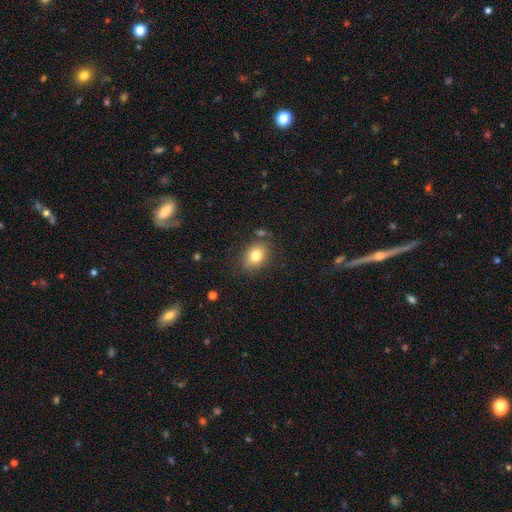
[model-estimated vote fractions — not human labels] Overall: smooth (80%). How rounded: in between (73%). Merging: none (77%).